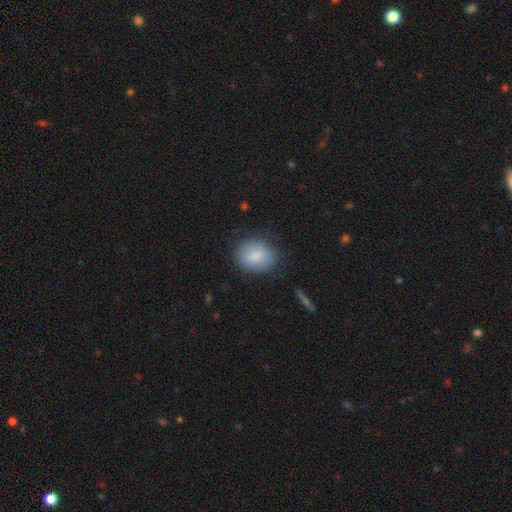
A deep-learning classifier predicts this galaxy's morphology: smooth_or_featured: smooth (p=0.82) [alt: featured or disk p=0.10]
how_rounded: in between (p=0.52) [alt: round p=0.46]
merging: none (p=0.80) [alt: minor disturbance p=0.14]